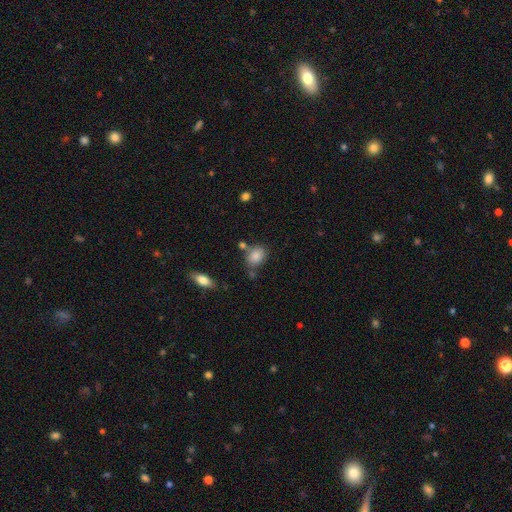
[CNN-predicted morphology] type=smooth (85%); roundness=in between (67%); merging=none (67%).